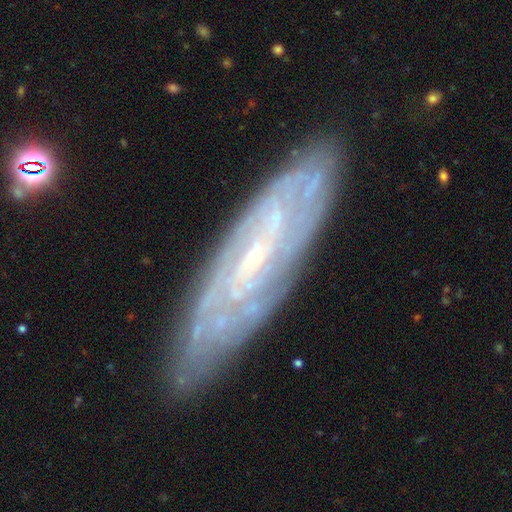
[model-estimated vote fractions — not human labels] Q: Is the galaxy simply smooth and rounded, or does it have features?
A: featured or disk — 80%.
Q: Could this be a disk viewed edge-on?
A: no — 77%.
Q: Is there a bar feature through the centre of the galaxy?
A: weak — 42%.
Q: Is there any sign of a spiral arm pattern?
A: yes — 89%.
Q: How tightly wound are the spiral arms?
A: tight — 70%.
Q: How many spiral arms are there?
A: can't tell — 53%.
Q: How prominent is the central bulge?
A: small — 76%.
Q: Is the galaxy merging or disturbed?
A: none — 81%.